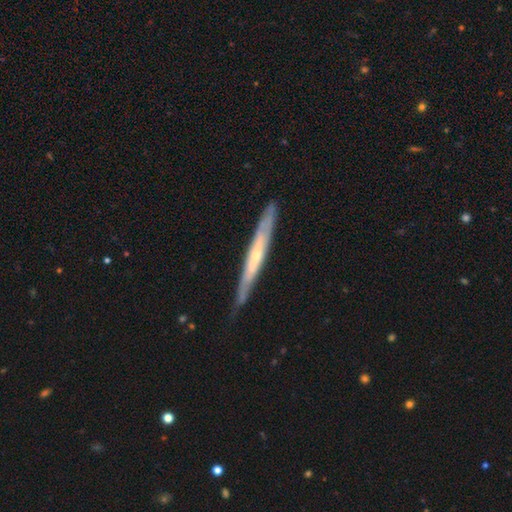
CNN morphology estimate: Smooth or featured? Predicted: featured or disk (p=0.65). Edge-on disk? Predicted: yes (p=0.88). Edge-on bulge? Predicted: none (p=0.59). Merging? Predicted: none (p=0.80).